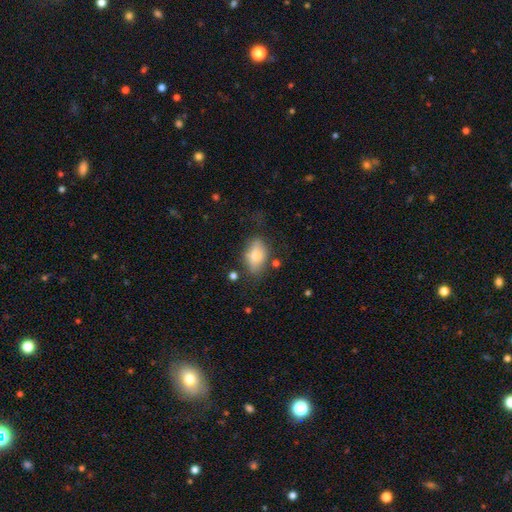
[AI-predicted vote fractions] smooth_or_featured: smooth (p=0.72) [alt: featured or disk p=0.20]
how_rounded: in between (p=0.86) [alt: round p=0.10]
merging: none (p=0.59) [alt: minor disturbance p=0.25]